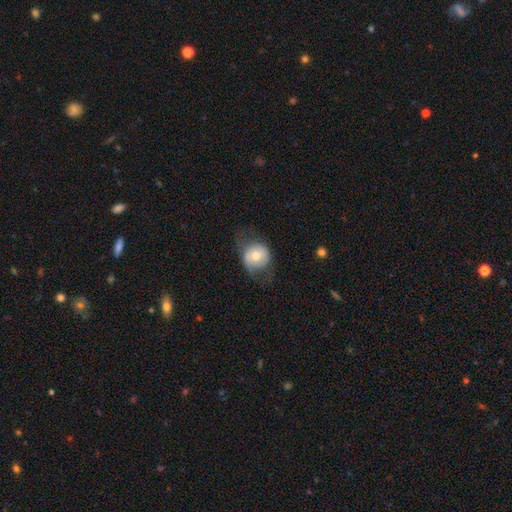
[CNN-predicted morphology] smooth-or-featured: smooth: 58% | featured or disk: 34% | star or artifact: 8%
  how-rounded: round: 77% | in between: 22% | cigar-shaped: 1%
  merging: none: 52% | minor disturbance: 26% | major disturbance: 21% | merger: 1%